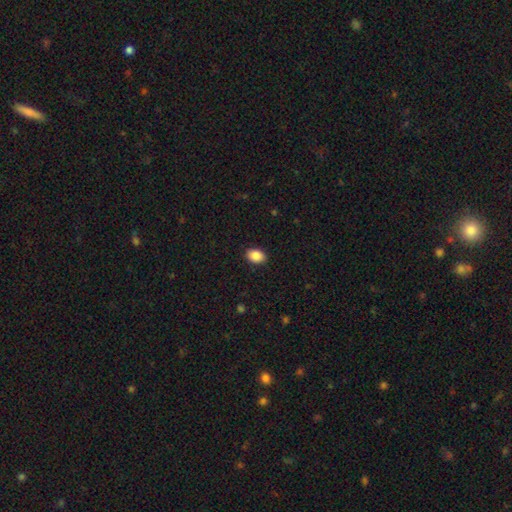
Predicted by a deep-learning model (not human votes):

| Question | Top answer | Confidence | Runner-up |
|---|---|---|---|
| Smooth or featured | smooth | 88% | star or artifact (8%) |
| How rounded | in between | 78% | round (21%) |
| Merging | none | 89% | minor disturbance (8%) |